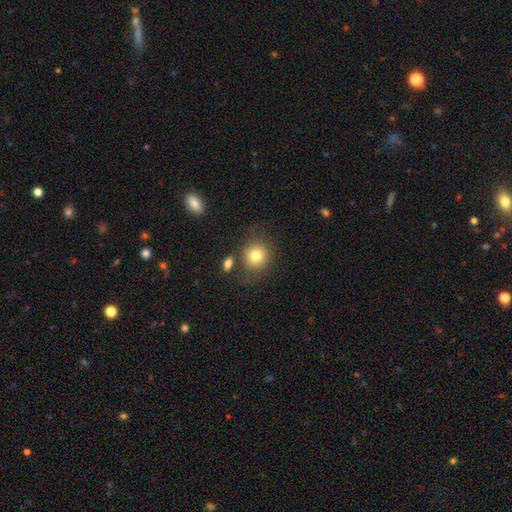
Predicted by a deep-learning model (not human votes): This is likely a smooth galaxy (79%). How rounded: clearly round (83%). Merging: likely none (71%).